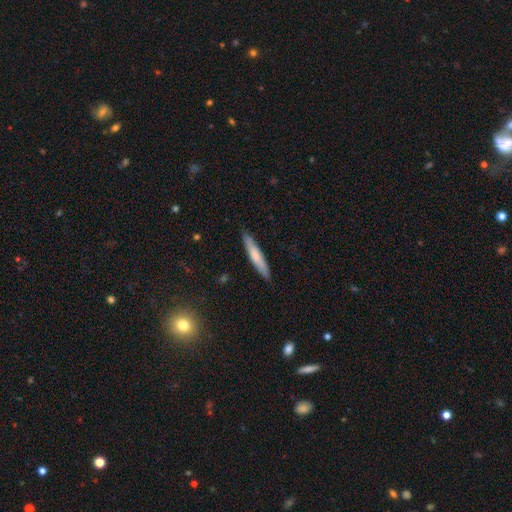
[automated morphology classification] The model was most divided on "smooth or featured": smooth: 69%, featured or disk: 26%, star or artifact: 6%. More confident: how rounded — cigar-shaped (91%); merging — none (88%).